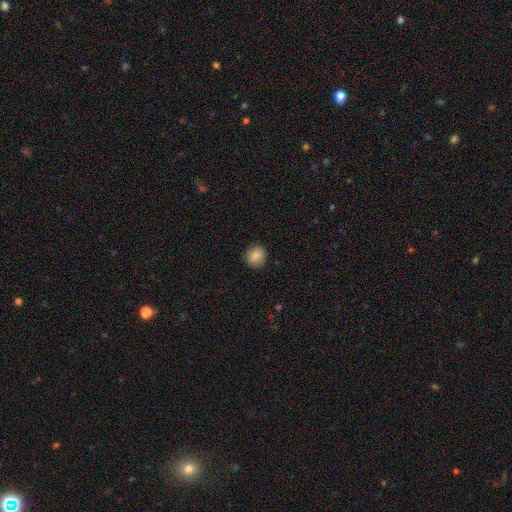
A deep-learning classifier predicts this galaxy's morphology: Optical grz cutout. It shows a smooth galaxy with no disk features (85%) that is round (85%). Merging: none (89%).